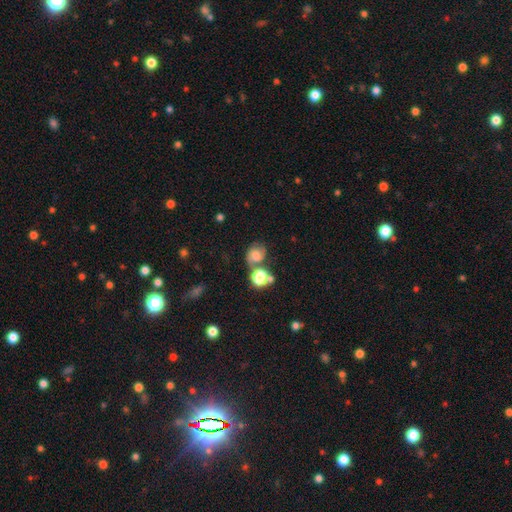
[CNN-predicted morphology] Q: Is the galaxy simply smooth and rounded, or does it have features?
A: smooth — 44%.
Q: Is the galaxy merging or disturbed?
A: none — 52%.